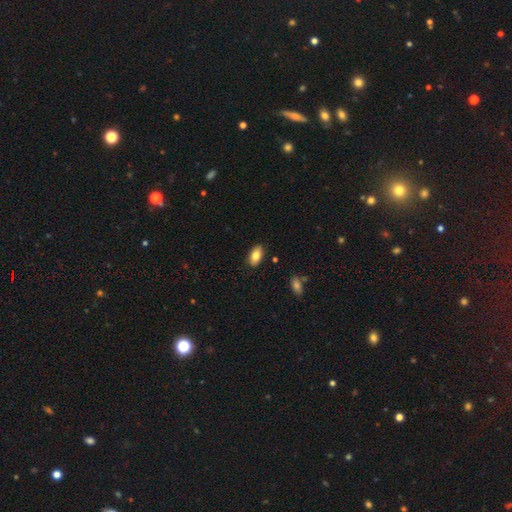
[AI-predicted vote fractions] smooth_or_featured: smooth (p=0.82) [alt: featured or disk p=0.11]
how_rounded: in between (p=0.92) [alt: round p=0.04]
merging: none (p=0.88) [alt: minor disturbance p=0.09]